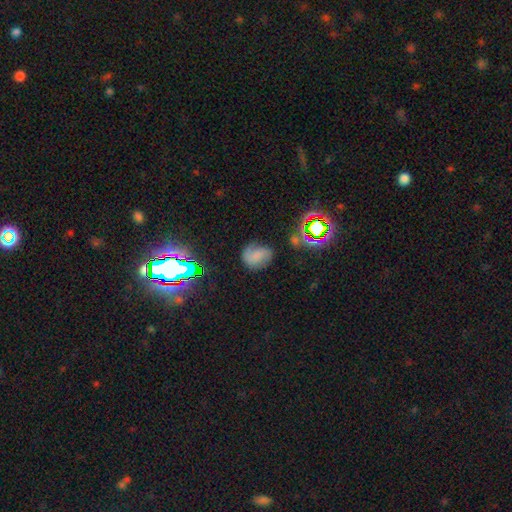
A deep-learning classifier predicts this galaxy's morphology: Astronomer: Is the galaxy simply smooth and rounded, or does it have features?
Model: smooth — 48% (runner-up: featured or disk, 35%).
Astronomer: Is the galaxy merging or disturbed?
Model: none — 56%.